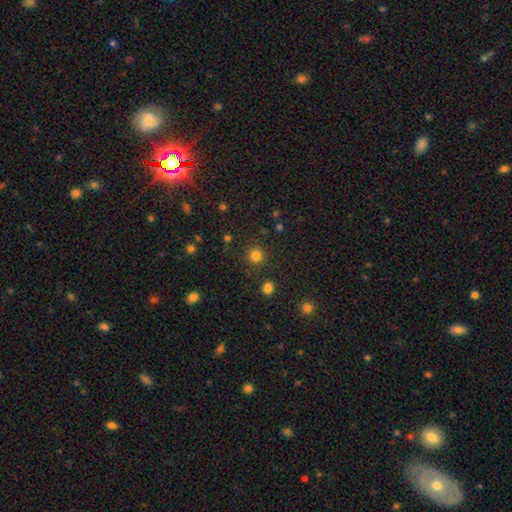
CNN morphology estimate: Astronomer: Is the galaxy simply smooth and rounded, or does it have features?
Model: smooth — 81%.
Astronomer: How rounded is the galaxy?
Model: round — 94%.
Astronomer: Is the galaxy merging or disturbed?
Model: none — 89%.